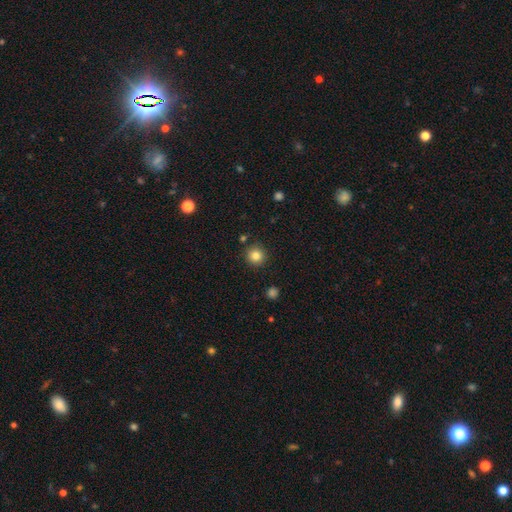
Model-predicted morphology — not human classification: Smooth or featured?
  - smooth: 84% *
  - star or artifact: 11%
  - featured or disk: 5%
How rounded?
  - round: 94% *
  - in between: 5%
  - cigar-shaped: 1%
Merging?
  - none: 88% *
  - minor disturbance: 7%
  - merger: 3%
  - major disturbance: 2%